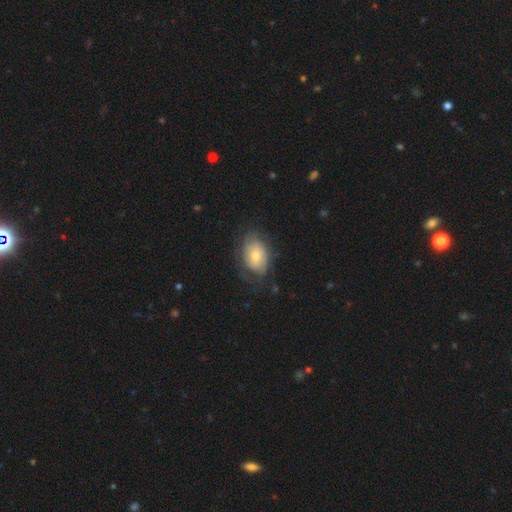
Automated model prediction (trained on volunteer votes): Morphology: type=smooth (47%); merging=none (63%).